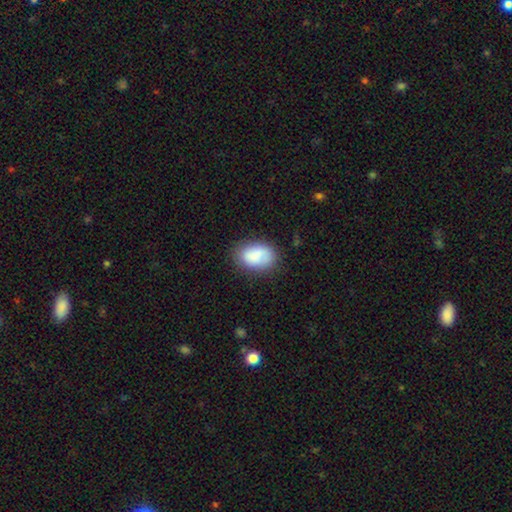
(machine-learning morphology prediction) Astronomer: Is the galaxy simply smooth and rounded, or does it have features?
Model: smooth — 82%.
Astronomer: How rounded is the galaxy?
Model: in between — 84%.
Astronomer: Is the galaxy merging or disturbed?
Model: none — 73%.